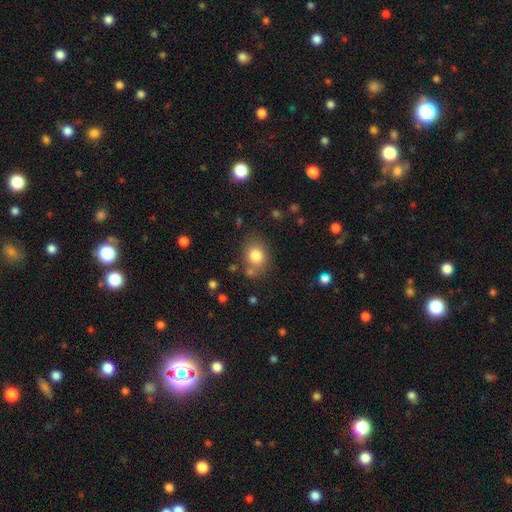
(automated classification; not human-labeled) Smooth or featured? Predicted: smooth (p=0.81). How rounded? Predicted: round (p=0.58). Merging? Predicted: none (p=0.71).